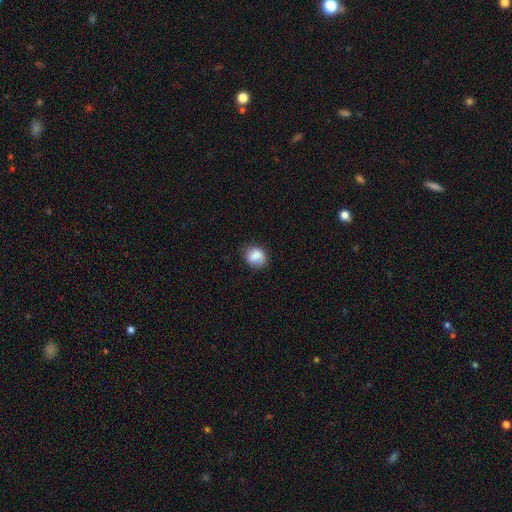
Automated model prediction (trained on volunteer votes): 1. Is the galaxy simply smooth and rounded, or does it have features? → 81% smooth, 11% featured or disk, 8% star or artifact.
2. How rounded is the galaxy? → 58% round, 40% in between, 1% cigar-shaped.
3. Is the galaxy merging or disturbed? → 66% none, 24% minor disturbance, 7% major disturbance, 2% merger.